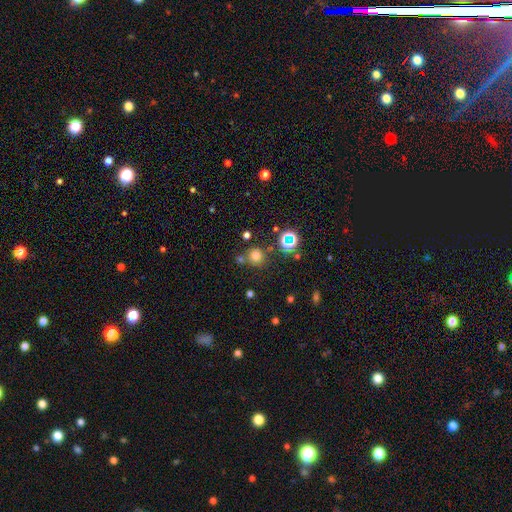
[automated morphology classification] Smooth or featured: smooth — 69% (star or artifact — 24%)
How rounded: round — 92% (in between — 7%)
Merging: none — 75% (merger — 12%)